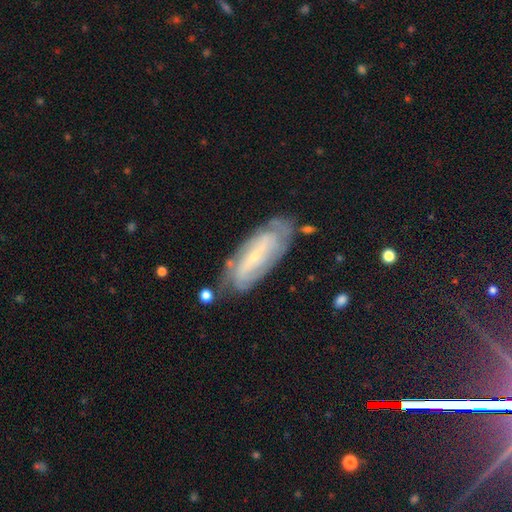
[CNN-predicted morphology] This appears to be a featured or disk galaxy (77%) with a weak bar (35%, tied with strong), 2 (42%) tight (59%) spiral arms (87%) and a small central bulge (81%). Merging: none (72%).